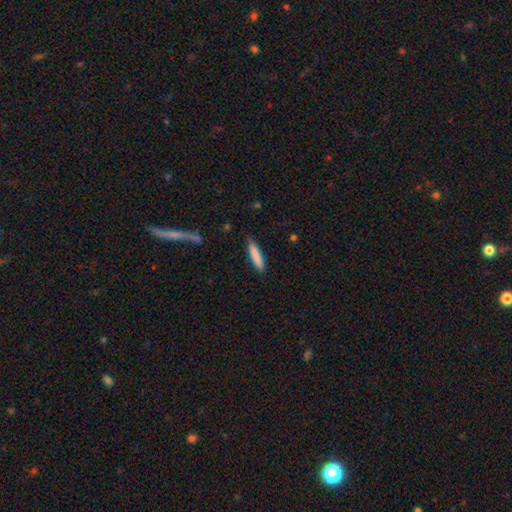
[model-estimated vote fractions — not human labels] The model was most divided on "smooth or featured": smooth: 83%, featured or disk: 11%, star or artifact: 6%. More confident: how rounded — cigar-shaped (86%); merging — none (86%).